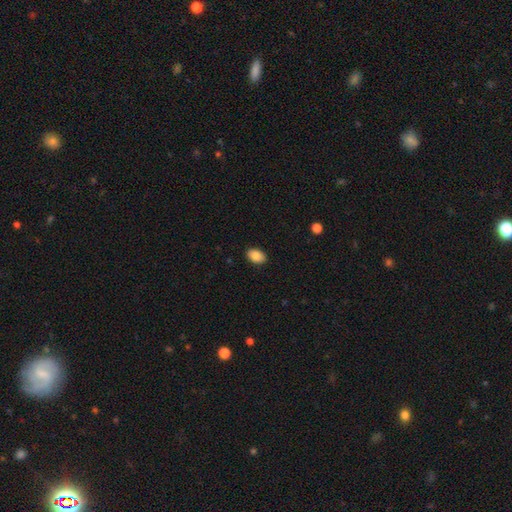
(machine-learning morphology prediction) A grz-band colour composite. It shows a smooth galaxy with no disk features (86%) that is in between round and cigar-shaped (87%). Merging: none (89%).